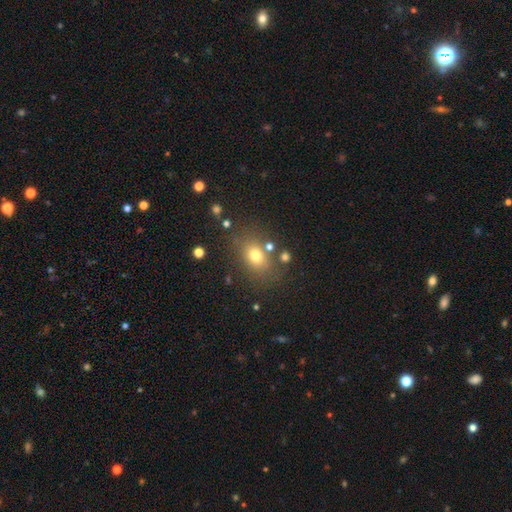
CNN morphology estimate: type=smooth (73%); roundness=in between (62%); merging=none (75%).